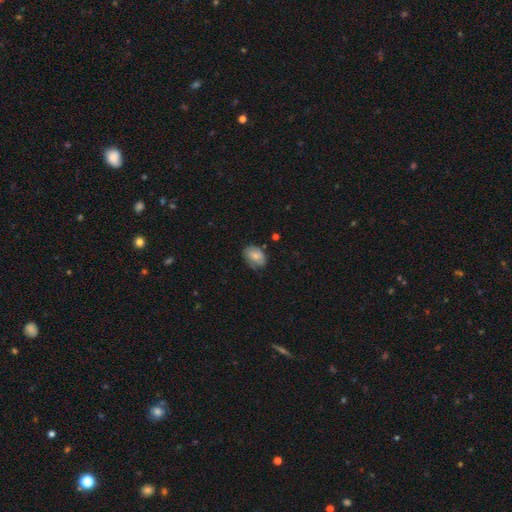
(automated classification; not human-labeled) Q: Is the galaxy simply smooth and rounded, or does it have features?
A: smooth — 68%.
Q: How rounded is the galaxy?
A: in between — 79%.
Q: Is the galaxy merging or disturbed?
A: none — 62%.